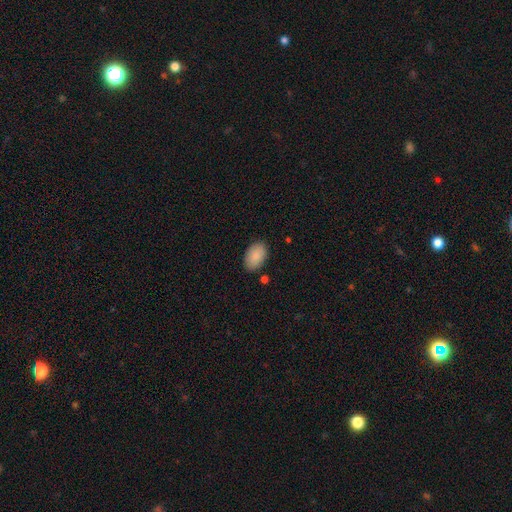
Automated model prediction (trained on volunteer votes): smooth_or_featured: smooth (p=0.89) [alt: star or artifact p=0.06]
how_rounded: in between (p=0.93) [alt: round p=0.05]
merging: none (p=0.85) [alt: minor disturbance p=0.10]